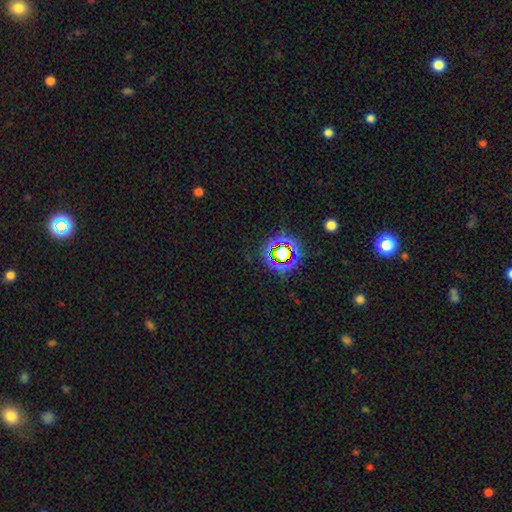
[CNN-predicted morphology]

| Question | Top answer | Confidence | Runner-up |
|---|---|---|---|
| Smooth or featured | star or artifact | 76% | smooth (14%) |